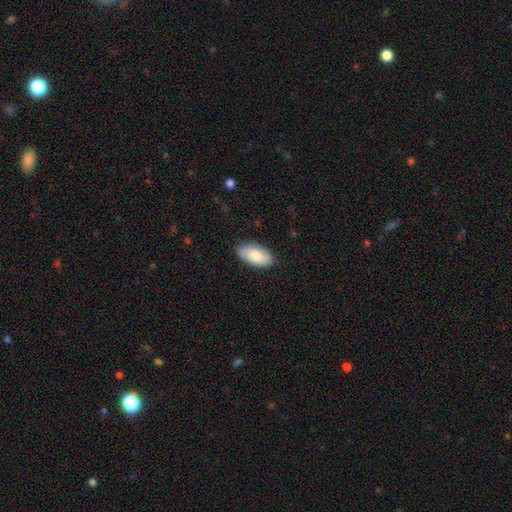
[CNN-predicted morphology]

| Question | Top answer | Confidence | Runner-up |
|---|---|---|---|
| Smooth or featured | smooth | 79% | featured or disk (16%) |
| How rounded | in between | 94% | cigar-shaped (3%) |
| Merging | none | 84% | minor disturbance (12%) |